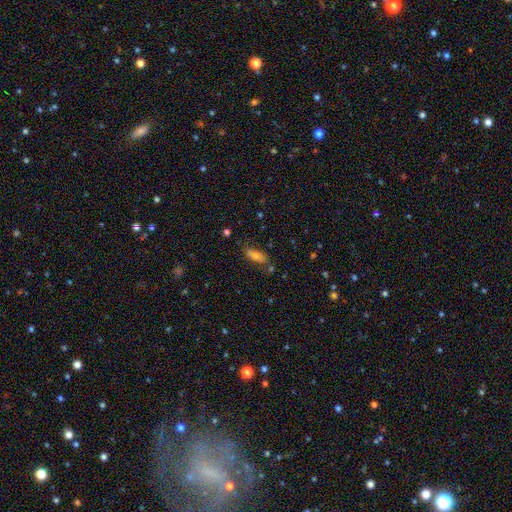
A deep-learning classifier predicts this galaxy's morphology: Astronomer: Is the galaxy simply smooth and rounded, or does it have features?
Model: smooth — 64%.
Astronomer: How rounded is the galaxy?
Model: in between — 67%.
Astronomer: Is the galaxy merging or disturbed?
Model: none — 71%.